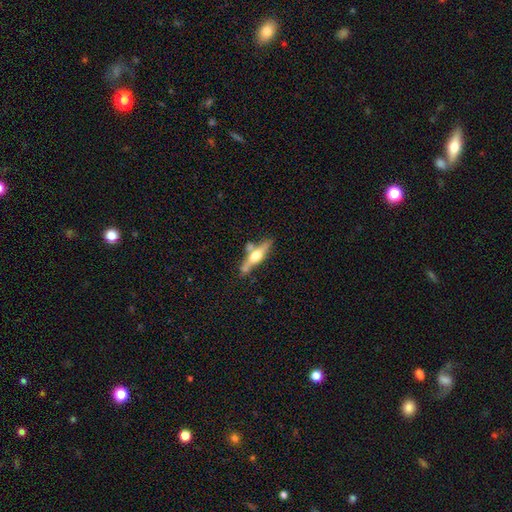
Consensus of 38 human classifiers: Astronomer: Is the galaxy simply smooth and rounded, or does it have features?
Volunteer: featured or disk — 55% (runner-up: smooth, 42%).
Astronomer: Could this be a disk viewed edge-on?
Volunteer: yes — 95%.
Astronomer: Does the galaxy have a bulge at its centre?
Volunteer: rounded — 100%.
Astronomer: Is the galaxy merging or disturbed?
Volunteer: none — 54%.